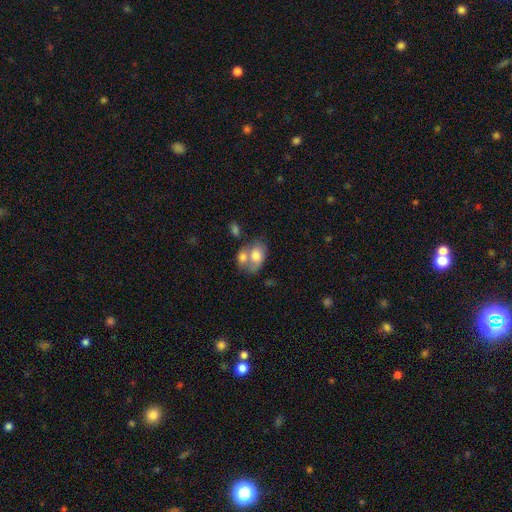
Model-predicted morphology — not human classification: Smooth or featured: smooth — 69% (featured or disk — 24%)
How rounded: in between — 78% (round — 21%)
Merging: merger — 59% (none — 21%)